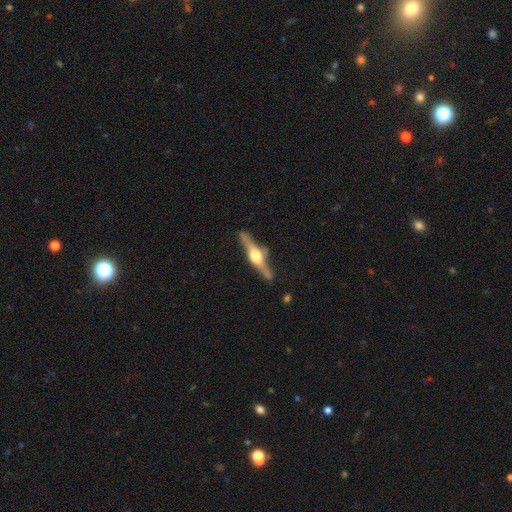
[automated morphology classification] type=featured or disk (81%); edge-on=yes (97%); edge-on bulge=rounded (93%); merging=none (84%).